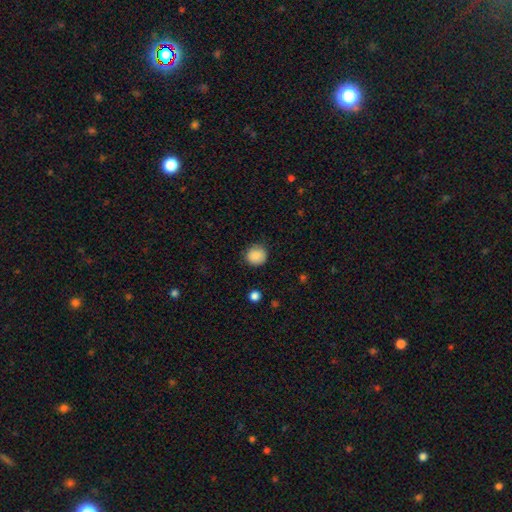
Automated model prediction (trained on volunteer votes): Smooth or featured: smooth — 88% (star or artifact — 9%)
How rounded: round — 88% (in between — 11%)
Merging: none — 84% (minor disturbance — 12%)